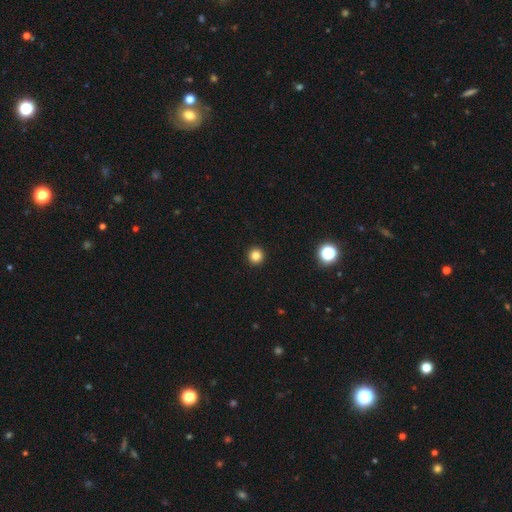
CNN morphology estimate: Smooth or featured: smooth — 83% (star or artifact — 12%)
How rounded: round — 96% (in between — 3%)
Merging: none — 94% (minor disturbance — 4%)